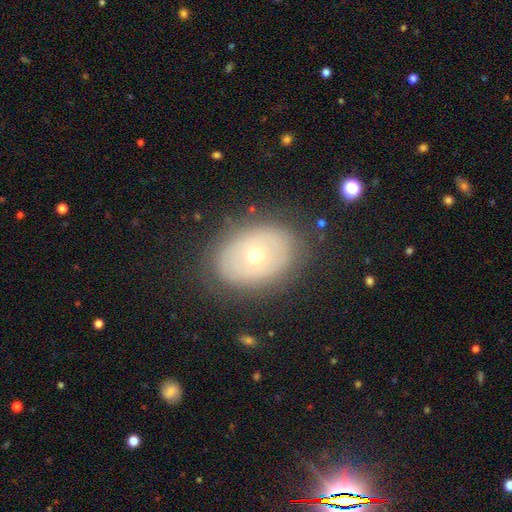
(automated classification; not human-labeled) Overall: featured or disk (49%; smooth 42%). Merging: none (78%).